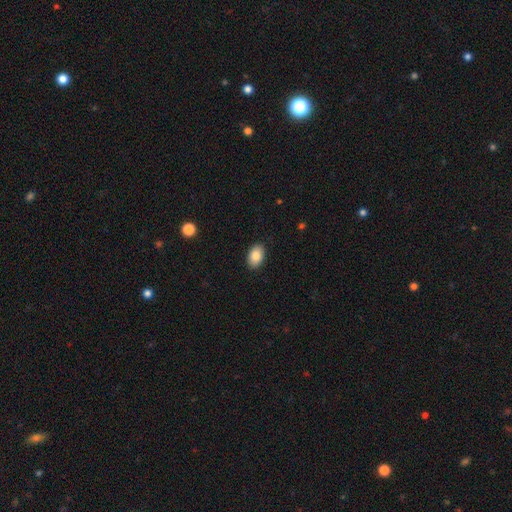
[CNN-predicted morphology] Smooth or featured?
  - smooth: 85% *
  - star or artifact: 7%
  - featured or disk: 7%
How rounded?
  - in between: 89% *
  - round: 10%
  - cigar-shaped: 1%
Merging?
  - none: 90% *
  - minor disturbance: 8%
  - major disturbance: 2%
  - merger: 1%